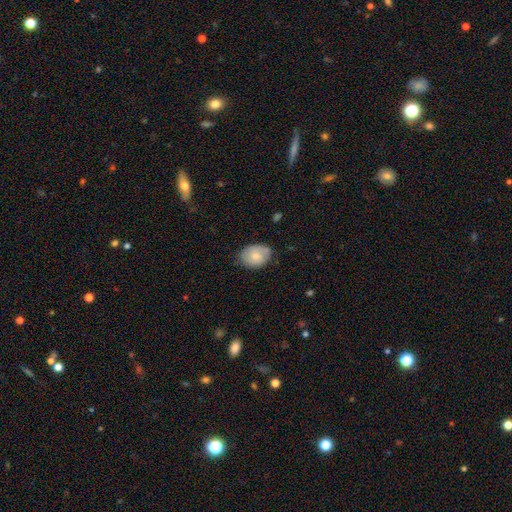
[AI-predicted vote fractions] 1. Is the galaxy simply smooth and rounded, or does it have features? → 70% smooth, 23% featured or disk, 7% star or artifact.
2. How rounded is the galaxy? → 71% in between, 28% round, 1% cigar-shaped.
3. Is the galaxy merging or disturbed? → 69% none, 25% minor disturbance, 5% major disturbance, 1% merger.